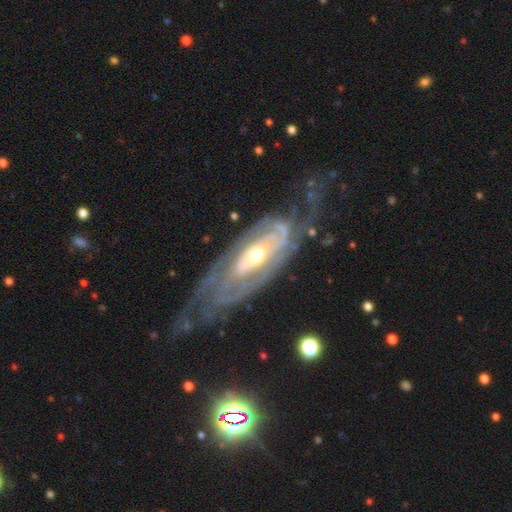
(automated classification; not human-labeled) The model was most divided on "spiral arm count": can't tell: 42%, 2: 30%, 3: 11%, 4: 6%, 1: 6%, more than 4: 5%. More confident: edge-on disk — no (88%); spiral arms — yes (88%); smooth or featured — featured or disk (85%); spiral winding — tight (64%); bar — no (63%); bulge size — moderate (62%); merging — none (59%).